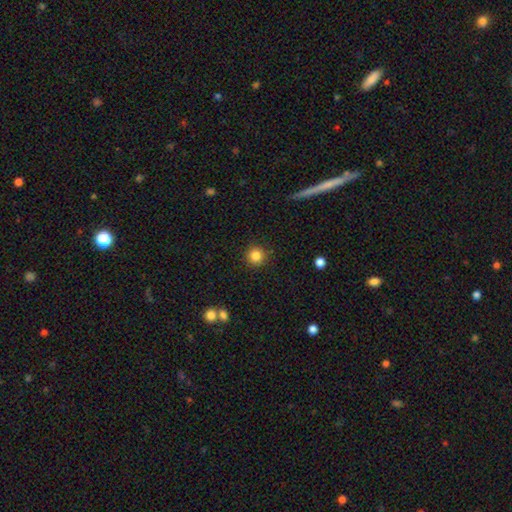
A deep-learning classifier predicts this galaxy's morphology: Smooth or featured?
  - smooth: 84% *
  - star or artifact: 11%
  - featured or disk: 5%
How rounded?
  - round: 94% *
  - in between: 5%
  - cigar-shaped: 1%
Merging?
  - none: 89% *
  - minor disturbance: 7%
  - major disturbance: 2%
  - merger: 2%